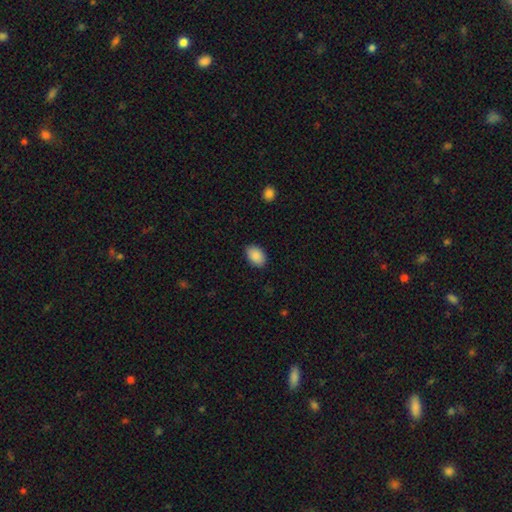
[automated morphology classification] smooth_or_featured: smooth (p=0.89) [alt: star or artifact p=0.07]
how_rounded: in between (p=0.88) [alt: round p=0.11]
merging: none (p=0.87) [alt: minor disturbance p=0.09]